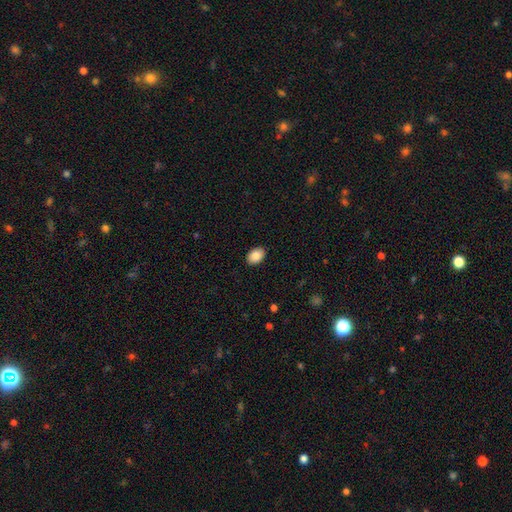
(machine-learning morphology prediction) This appears to be a smooth galaxy with no disk features (86%) that is in between round and cigar-shaped (85%). Merging: none (89%).